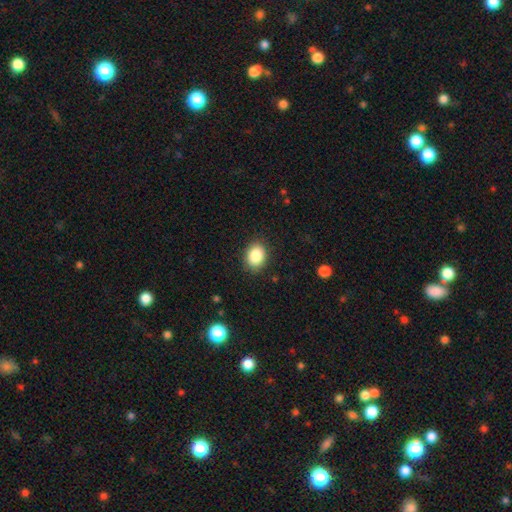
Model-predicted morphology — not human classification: Smooth or featured? Predicted: smooth (p=0.87). How rounded? Predicted: in between (p=0.67). Merging? Predicted: none (p=0.87).